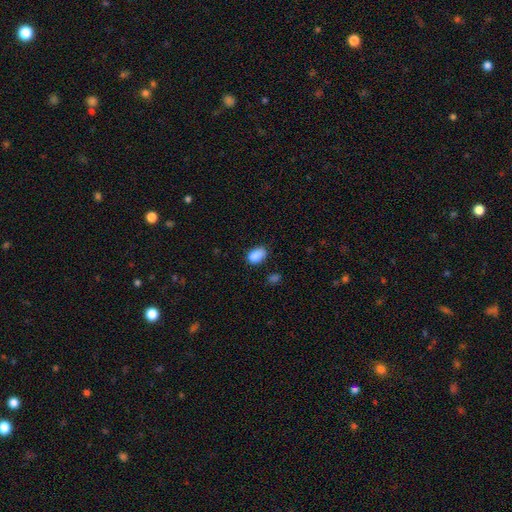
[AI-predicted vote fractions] Overall: smooth (88%). How rounded: in between (88%). Merging: none (70%).